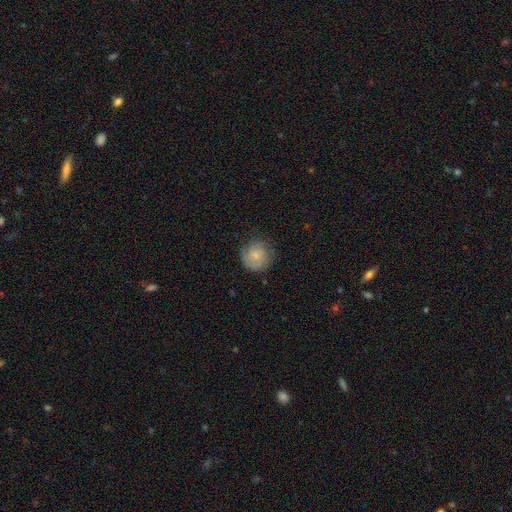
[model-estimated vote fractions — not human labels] A smooth galaxy with no disk features (56%) that is round (90%). Merging: none (73%).